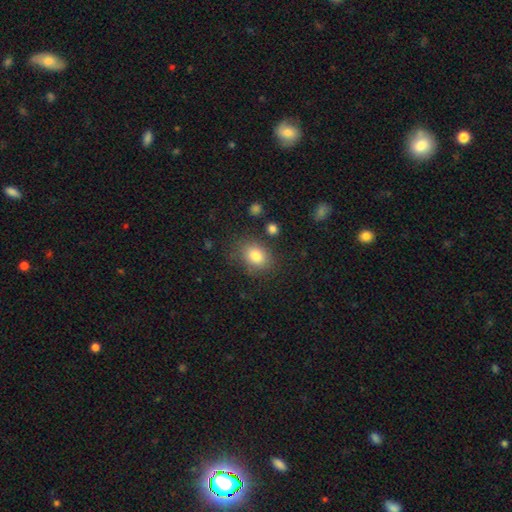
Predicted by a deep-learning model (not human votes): smooth 81%, star or artifact 10%, featured or disk 9%. Down the decision tree: how rounded — in between (60%); merging — none (77%).